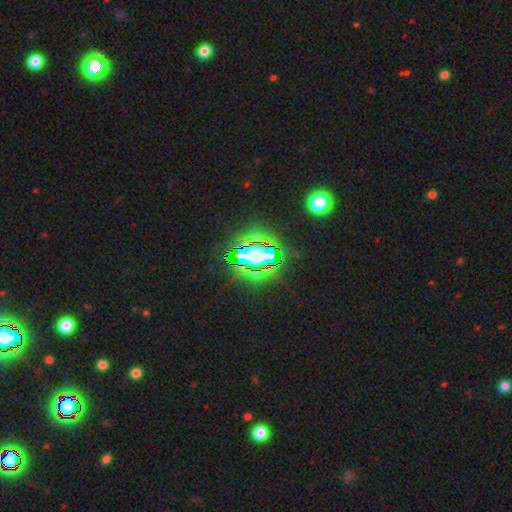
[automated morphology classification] Smooth or featured? star or artifact (70%)